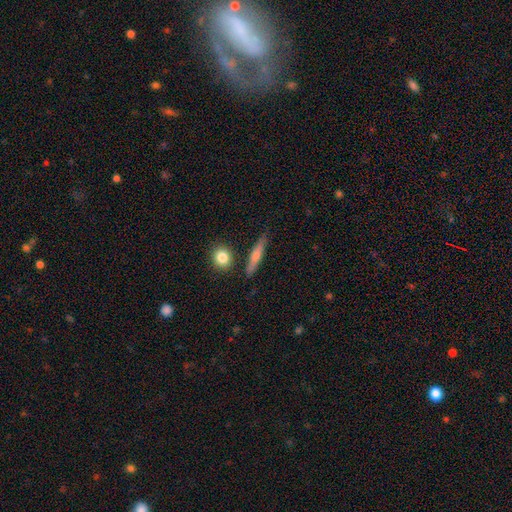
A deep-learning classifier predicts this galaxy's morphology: This is likely a smooth galaxy (65%). How rounded: clearly cigar-shaped (84%). Merging: clearly none (82%).